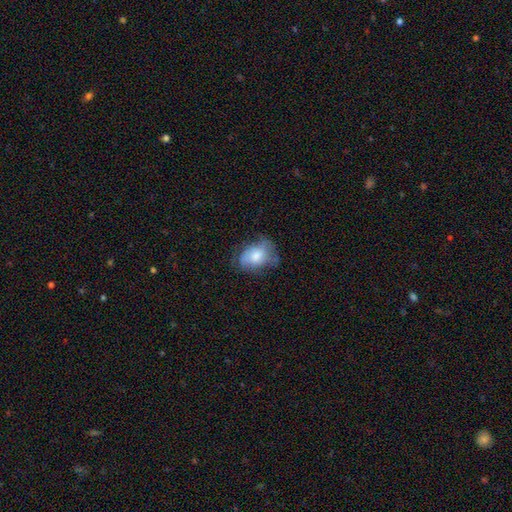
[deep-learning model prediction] Smooth or featured? smooth (66%)
How rounded? in between (73%)
Merging? none (46%)